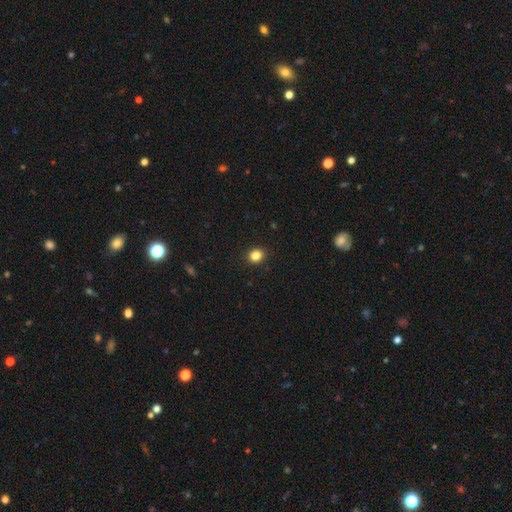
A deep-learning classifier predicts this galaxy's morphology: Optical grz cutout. It shows a smooth galaxy with no disk features (84%) that is round (76%). Merging: none (91%).